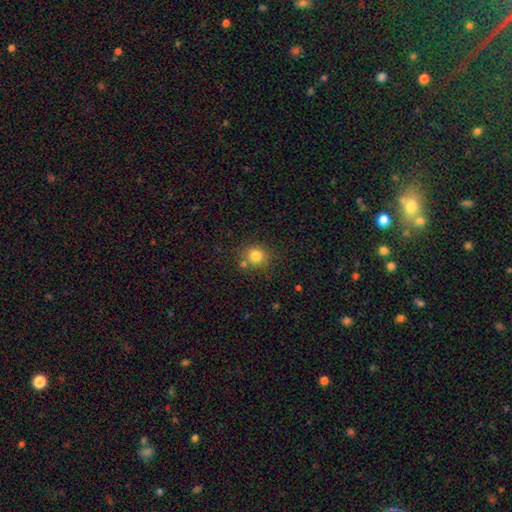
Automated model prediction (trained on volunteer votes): Q: Smooth or featured?
A: smooth (81%); runner-up: star or artifact (12%)
Q: How rounded?
A: round (89%); runner-up: in between (10%)
Q: Merging?
A: none (76%); runner-up: merger (11%)